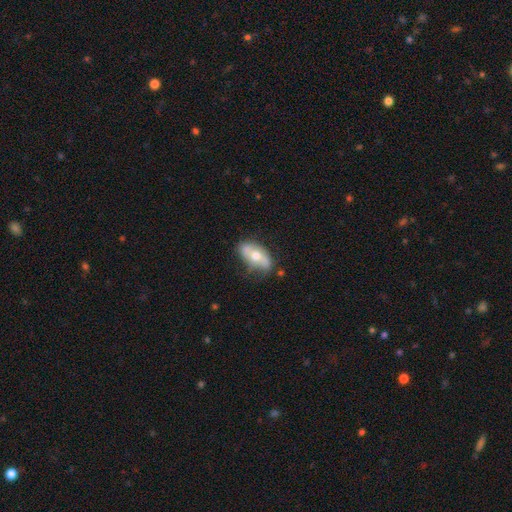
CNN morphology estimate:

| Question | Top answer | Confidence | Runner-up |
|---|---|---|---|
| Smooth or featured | featured or disk | 49% | smooth (44%) |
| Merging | none | 63% | minor disturbance (26%) |